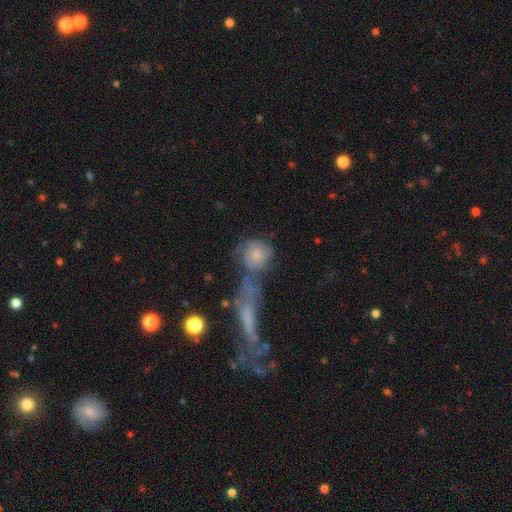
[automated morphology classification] Smooth or featured? smooth (55%)
How rounded? round (70%)
Merging? merger (43%)